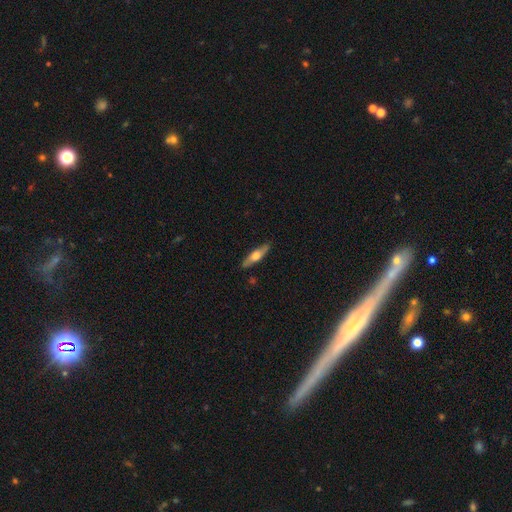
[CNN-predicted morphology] This is possibly a featured or disk galaxy (49%). Merging: clearly none (87%).